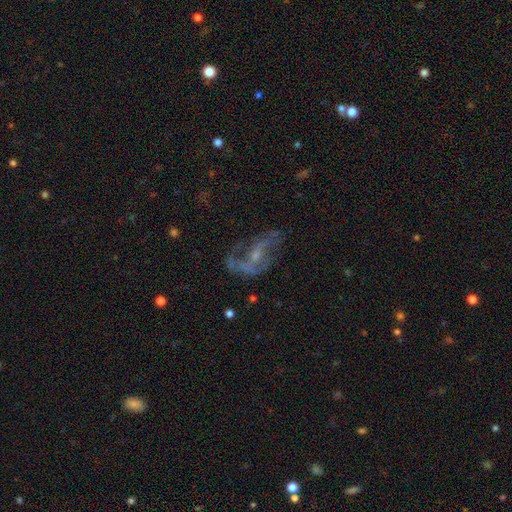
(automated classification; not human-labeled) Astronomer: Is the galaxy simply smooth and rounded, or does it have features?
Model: featured or disk — 74%.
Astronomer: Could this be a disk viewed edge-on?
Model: no — 95%.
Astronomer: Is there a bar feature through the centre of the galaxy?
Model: no — 47% (runner-up: weak, 37%).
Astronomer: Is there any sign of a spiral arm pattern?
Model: yes — 72%.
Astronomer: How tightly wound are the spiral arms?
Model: loose — 62%.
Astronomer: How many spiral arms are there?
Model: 2 — 66%.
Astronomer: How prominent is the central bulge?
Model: small — 64%.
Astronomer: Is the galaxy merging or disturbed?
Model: none — 45% (runner-up: major disturbance, 31%).